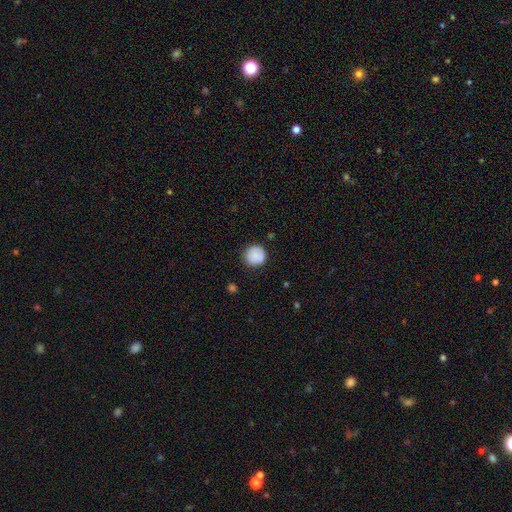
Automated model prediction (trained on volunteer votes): Smooth or featured?
  - smooth: 87% *
  - star or artifact: 7%
  - featured or disk: 5%
How rounded?
  - round: 94% *
  - in between: 5%
  - cigar-shaped: 1%
Merging?
  - none: 84% *
  - minor disturbance: 12%
  - major disturbance: 3%
  - merger: 1%